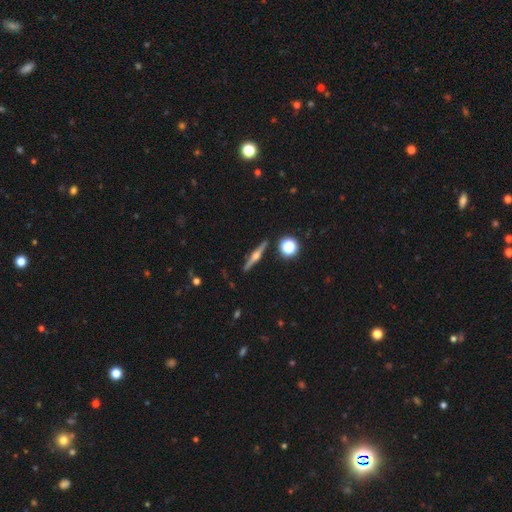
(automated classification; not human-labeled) featured or disk 77%, smooth 16%, star or artifact 7%. Down the decision tree: edge-on disk — yes (98%); edge-on bulge — rounded (93%); merging — none (90%).